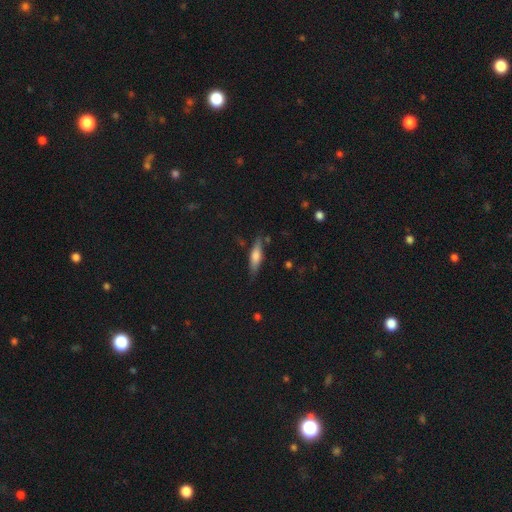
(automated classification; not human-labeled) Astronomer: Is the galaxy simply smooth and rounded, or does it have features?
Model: smooth — 59%.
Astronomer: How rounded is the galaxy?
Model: cigar-shaped — 67%.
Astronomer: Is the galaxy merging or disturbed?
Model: none — 78%.